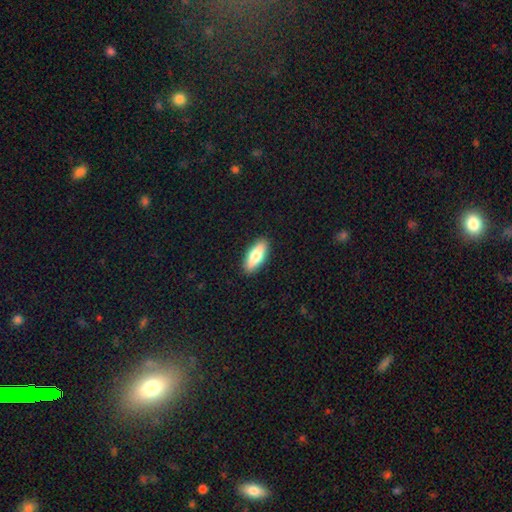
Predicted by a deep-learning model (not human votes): Smooth or featured? Predicted: smooth (p=0.73). How rounded? Predicted: in between (p=0.72). Merging? Predicted: none (p=0.90).